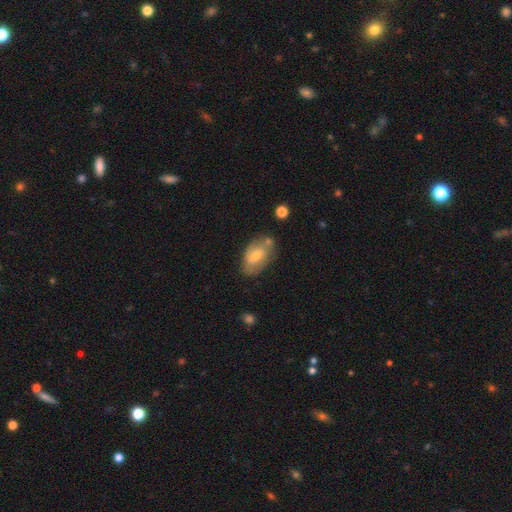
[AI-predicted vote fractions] Q: Smooth or featured?
A: smooth (55%); runner-up: featured or disk (39%)
Q: How rounded?
A: in between (90%); runner-up: round (7%)
Q: Merging?
A: none (55%); runner-up: minor disturbance (25%)